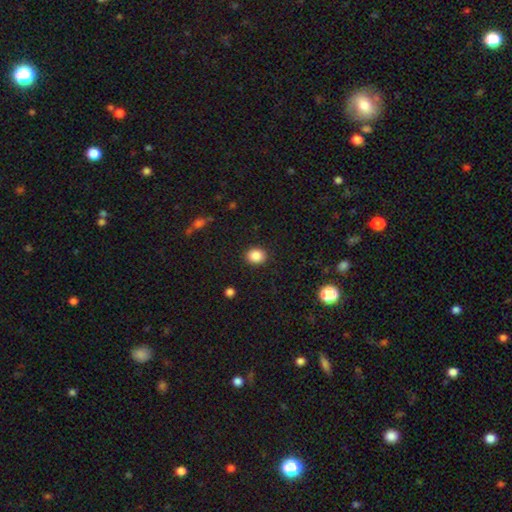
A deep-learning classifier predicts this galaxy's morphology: Overall: smooth (86%). How rounded: round (60%; in between 39%). Merging: none (90%).